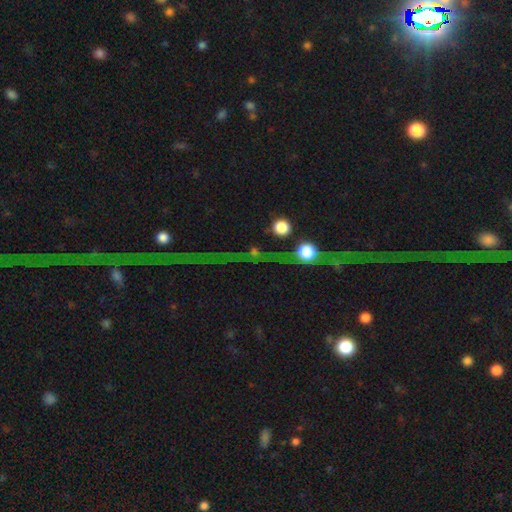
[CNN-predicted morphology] Overall: star or artifact (65%).